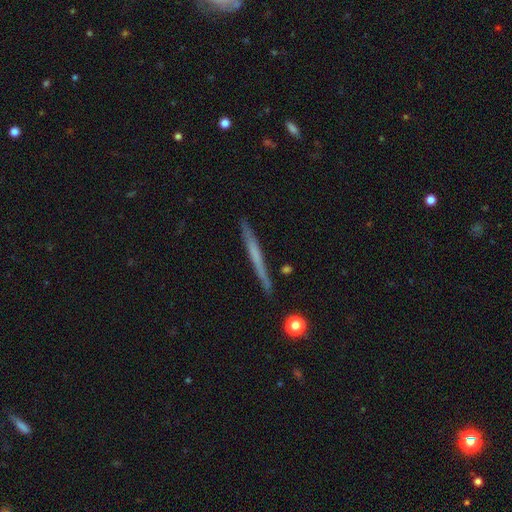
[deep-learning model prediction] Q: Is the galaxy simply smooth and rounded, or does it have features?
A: featured or disk — 50%.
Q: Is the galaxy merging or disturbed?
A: none — 88%.